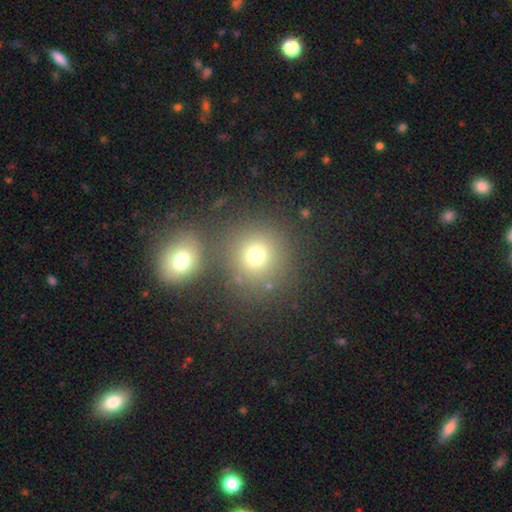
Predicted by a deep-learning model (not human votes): Smooth or featured? Predicted: smooth (p=0.73). How rounded? Predicted: round (p=0.88). Merging? Predicted: none (p=0.65).